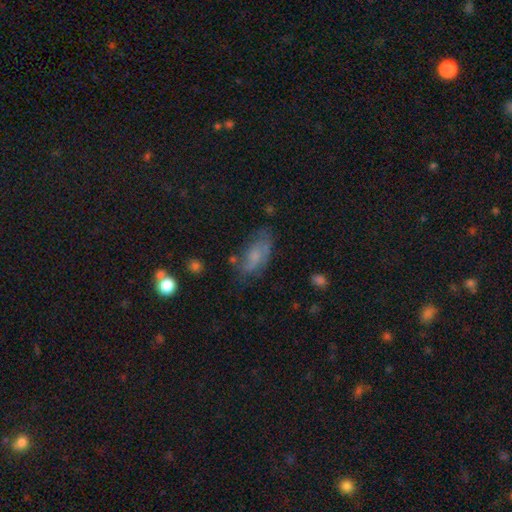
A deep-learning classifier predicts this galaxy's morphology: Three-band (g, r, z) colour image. It shows a smooth galaxy with no disk features (54%) that is in between round and cigar-shaped (83%). Merging: none (57%).